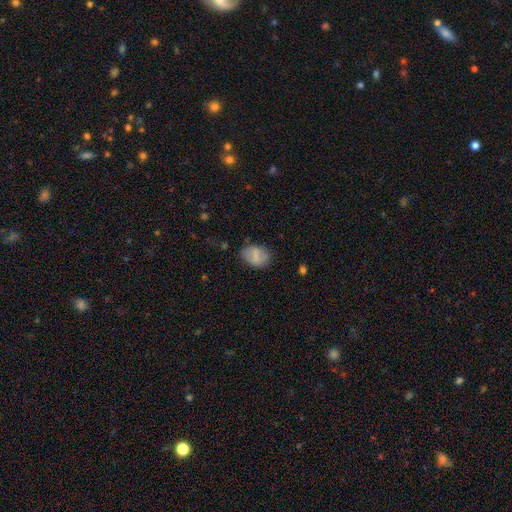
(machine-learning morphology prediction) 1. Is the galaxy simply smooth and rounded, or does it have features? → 71% smooth, 21% featured or disk, 8% star or artifact.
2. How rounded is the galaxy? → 71% in between, 28% round, 1% cigar-shaped.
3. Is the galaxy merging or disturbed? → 76% none, 17% minor disturbance, 5% major disturbance, 1% merger.